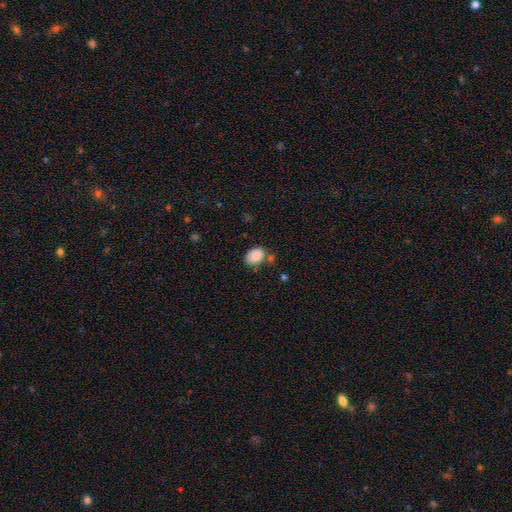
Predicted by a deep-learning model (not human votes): smooth_or_featured: smooth (p=0.85) [alt: star or artifact p=0.08]
how_rounded: in between (p=0.75) [alt: round p=0.24]
merging: none (p=0.66) [alt: minor disturbance p=0.20]